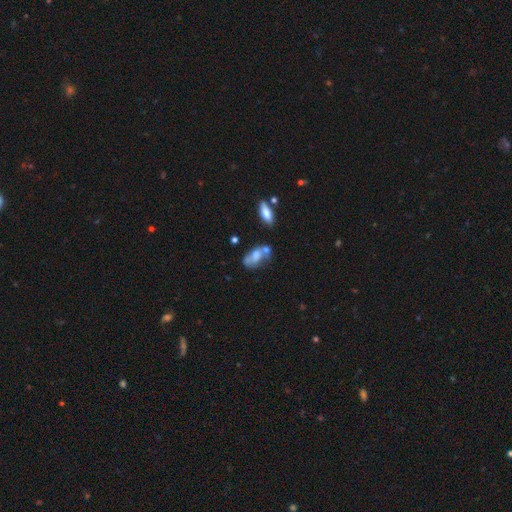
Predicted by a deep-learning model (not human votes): This is possibly a smooth galaxy (53%). How rounded: clearly in between (86%). Merging: marginally none (34%).